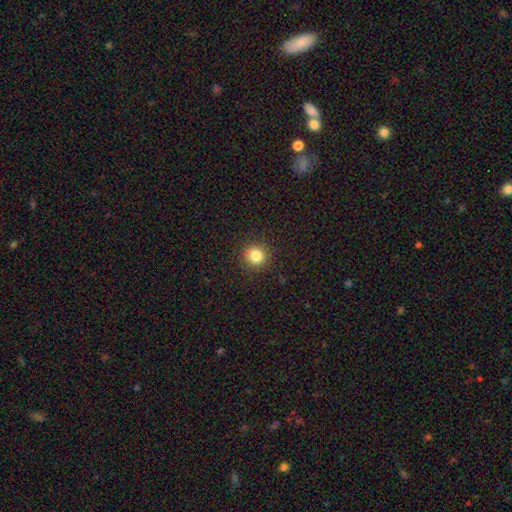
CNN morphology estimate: This appears to be a smooth galaxy with no disk features (83%) that is round (93%). Merging: none (91%).